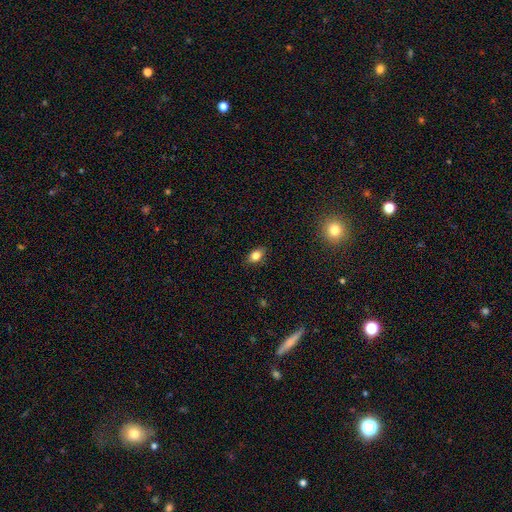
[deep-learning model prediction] smooth-or-featured: smooth: 80% | star or artifact: 11% | featured or disk: 9%
  how-rounded: in between: 80% | round: 17% | cigar-shaped: 3%
  merging: none: 85% | minor disturbance: 12% | major disturbance: 2% | merger: 1%